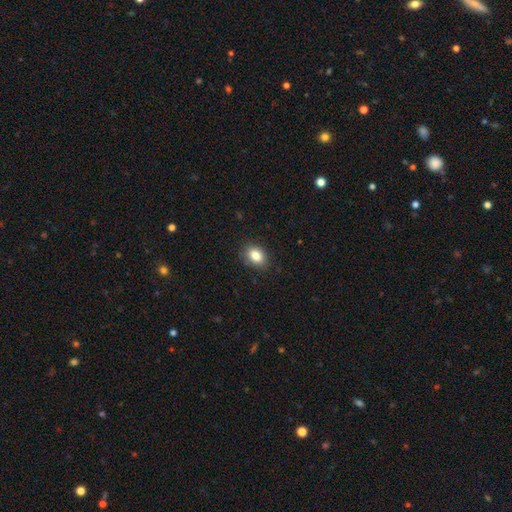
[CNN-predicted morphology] type=smooth (84%); roundness=in between (79%); merging=none (86%).